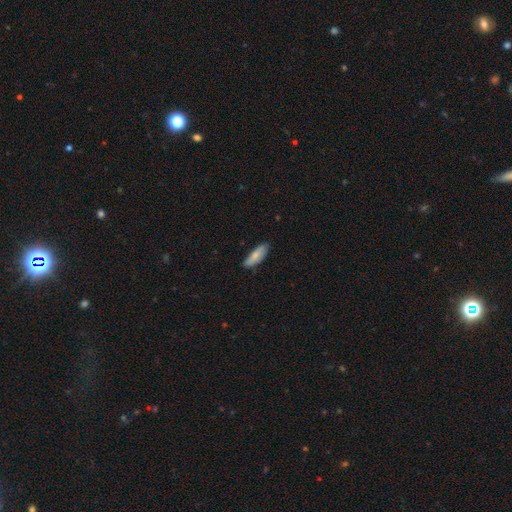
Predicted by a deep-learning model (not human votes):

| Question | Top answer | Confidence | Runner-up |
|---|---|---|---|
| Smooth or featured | smooth | 78% | featured or disk (16%) |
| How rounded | in between | 57% | cigar-shaped (41%) |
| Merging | none | 81% | minor disturbance (16%) |